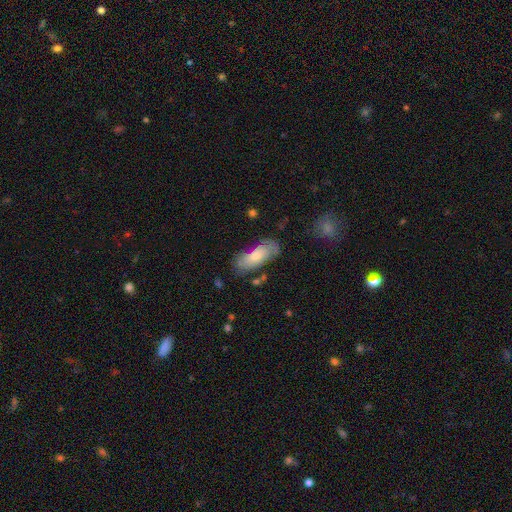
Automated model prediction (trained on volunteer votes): Smooth or featured?
  - smooth: 60% *
  - featured or disk: 34%
  - star or artifact: 6%
How rounded?
  - in between: 79% *
  - cigar-shaped: 18%
  - round: 3%
Merging?
  - none: 64% *
  - minor disturbance: 24%
  - major disturbance: 9%
  - merger: 4%